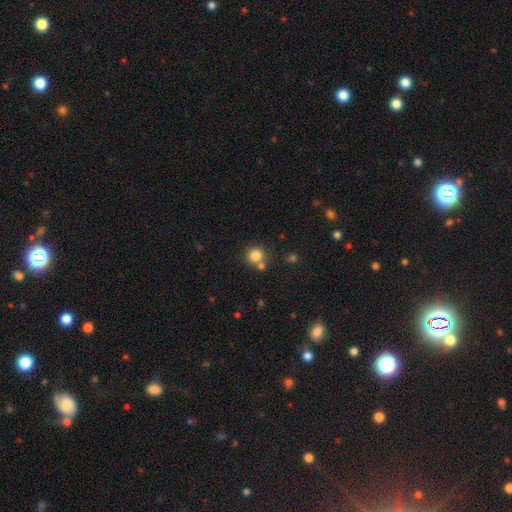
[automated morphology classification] smooth-or-featured: smooth: 82% | star or artifact: 12% | featured or disk: 6%
  how-rounded: round: 91% | in between: 8% | cigar-shaped: 1%
  merging: none: 68% | merger: 20% | minor disturbance: 9% | major disturbance: 3%